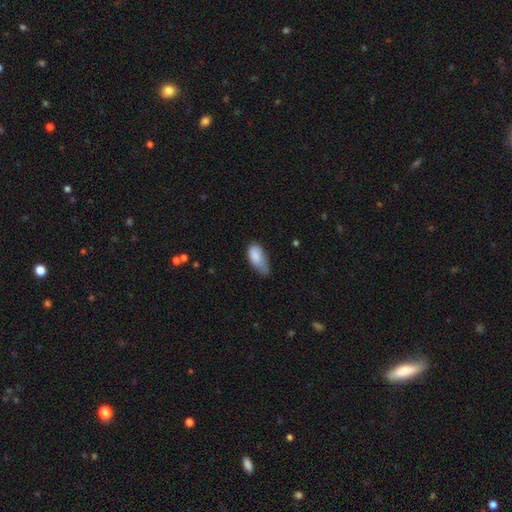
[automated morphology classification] A smooth galaxy with no disk features (83%) that is in between round and cigar-shaped (89%).

Vote fractions:
- Smooth or featured? smooth: 83% / featured or disk: 9% / star or artifact: 7%
- How rounded? in between: 89% / cigar-shaped: 8% / round: 3%
- Merging? minor disturbance: 49% / none: 30% / major disturbance: 18% / merger: 3%